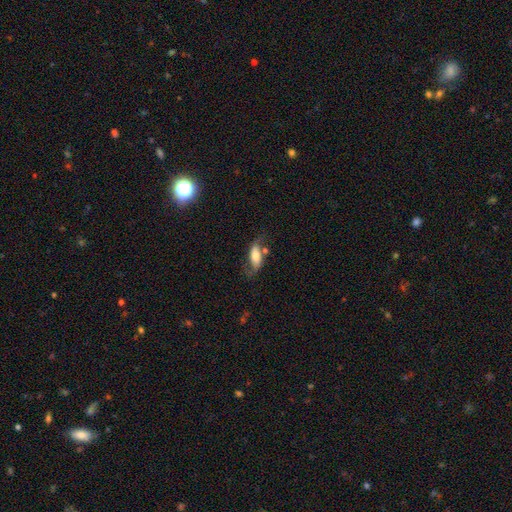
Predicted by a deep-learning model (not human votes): Smooth or featured: featured or disk — 48% (smooth — 44%)
Merging: none — 49% (minor disturbance — 23%)